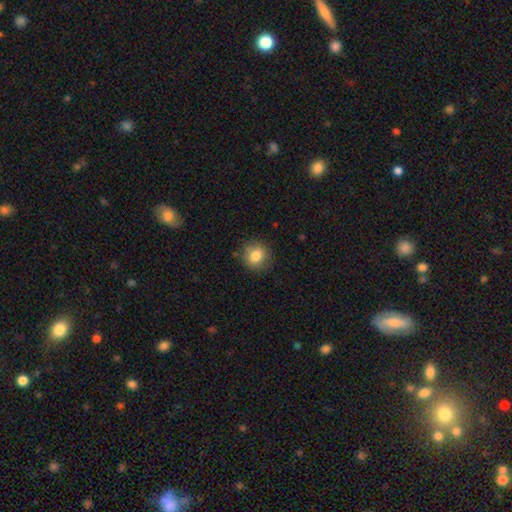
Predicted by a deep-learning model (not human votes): The model was most divided on "smooth or featured": smooth: 81%, star or artifact: 10%, featured or disk: 9%. More confident: how rounded — round (87%); merging — none (86%).